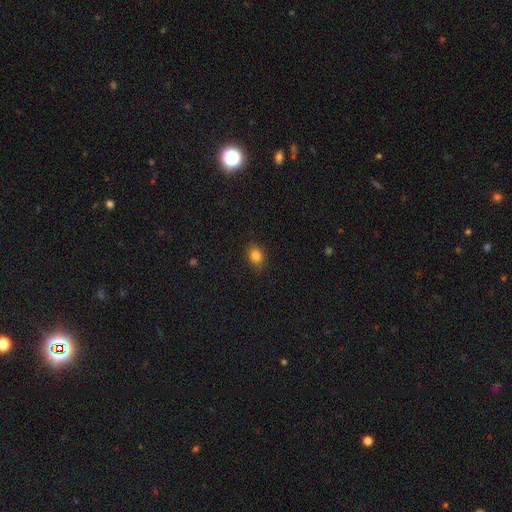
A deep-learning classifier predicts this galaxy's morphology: Overall: smooth (83%). How rounded: round (54%; in between 45%). Merging: none (80%).